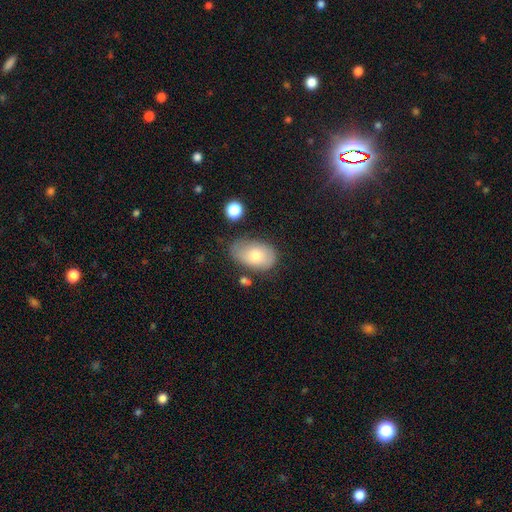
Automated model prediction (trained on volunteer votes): This is likely a smooth galaxy (70%). How rounded: clearly in between (90%). Merging: likely none (60%).